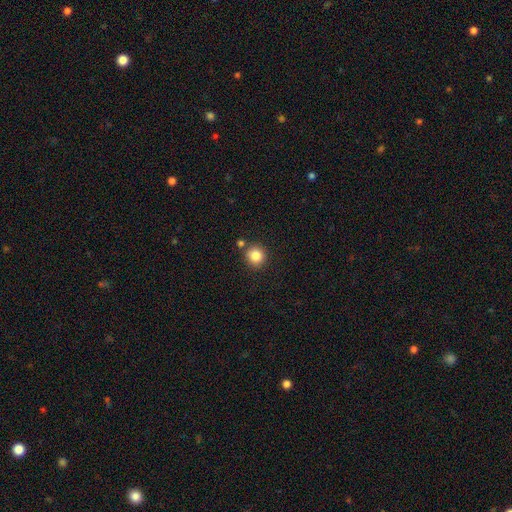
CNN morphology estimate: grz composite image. It shows a smooth galaxy with no disk features (84%) that is round (91%). Merging: none (80%).